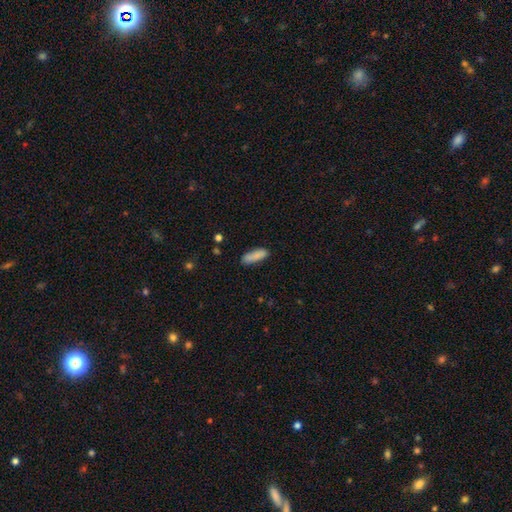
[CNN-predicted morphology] The model was most divided on "how rounded": in between: 53%, cigar-shaped: 45%, round: 2%. More confident: smooth or featured — smooth (85%); merging — none (81%).